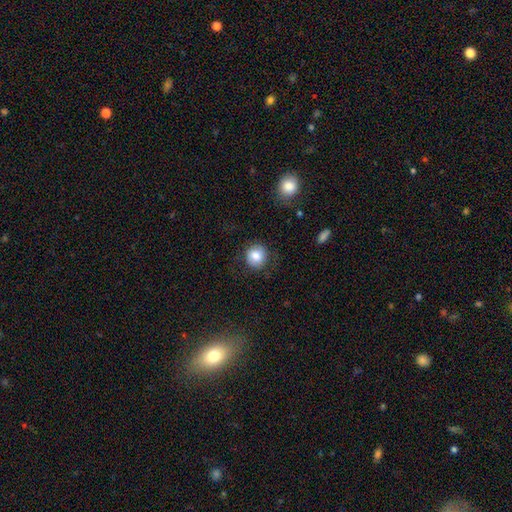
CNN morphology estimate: type=smooth (81%); roundness=round (84%); merging=none (80%).